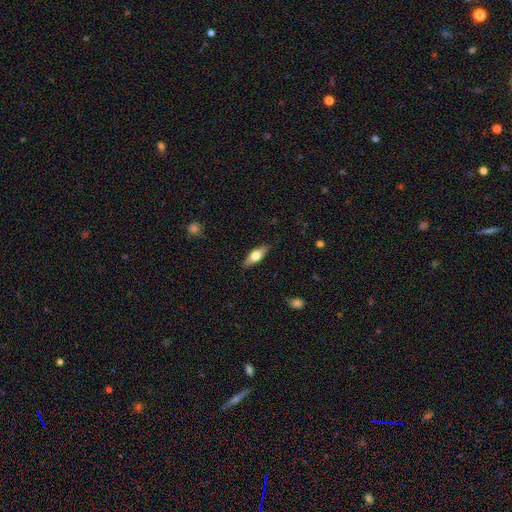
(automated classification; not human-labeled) smooth_or_featured: smooth (p=0.55) [alt: featured or disk p=0.39]
how_rounded: in between (p=0.62) [alt: cigar-shaped p=0.35]
merging: none (p=0.87) [alt: minor disturbance p=0.10]